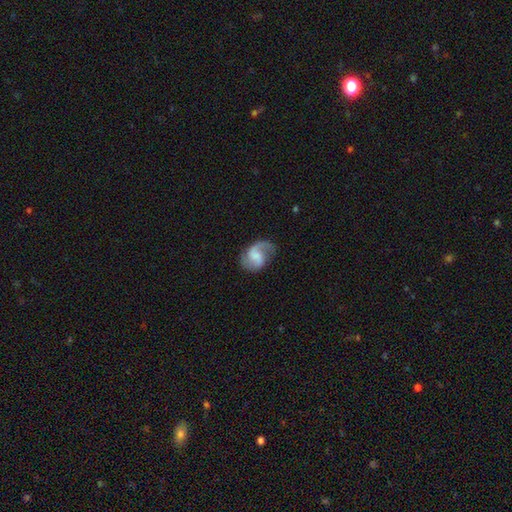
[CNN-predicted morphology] Smooth or featured: featured or disk — 76% (smooth — 18%)
Edge-on disk: no — 98% (yes — 2%)
Bar: weak — 48% (no — 38%)
Spiral arms: yes — 95% (no — 5%)
Spiral winding: medium — 44% (loose — 43%)
Spiral arm count: 2 — 77% (1 — 17%)
Bulge size: none — 33% (moderate — 27%)
Merging: none — 64% (minor disturbance — 21%)